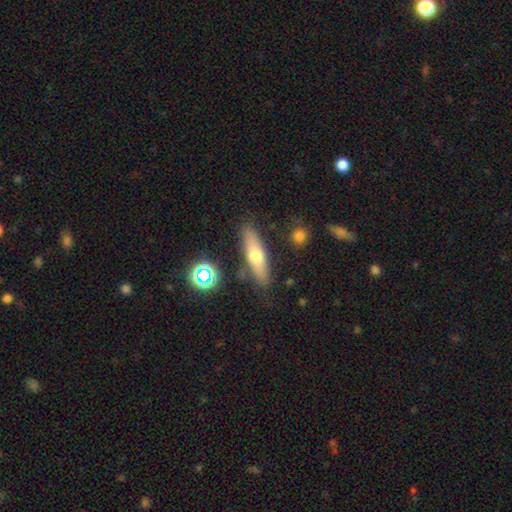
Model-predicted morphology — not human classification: This is possibly a smooth galaxy (57%). How rounded: likely cigar-shaped (63%). Merging: clearly none (82%).